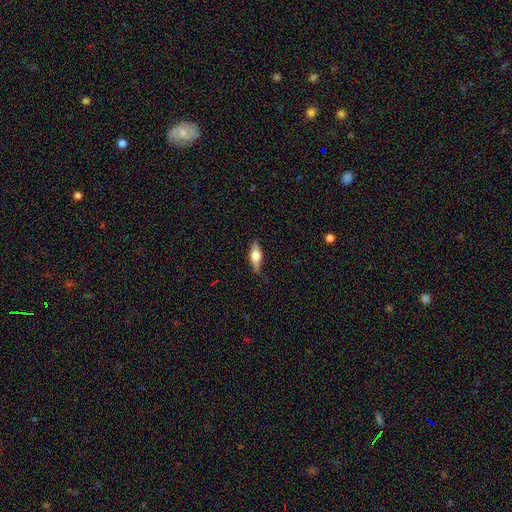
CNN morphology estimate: Smooth or featured?
  - smooth: 53% *
  - featured or disk: 41%
  - star or artifact: 6%
How rounded?
  - in between: 56% *
  - cigar-shaped: 41%
  - round: 3%
Merging?
  - none: 82% *
  - minor disturbance: 14%
  - major disturbance: 3%
  - merger: 1%